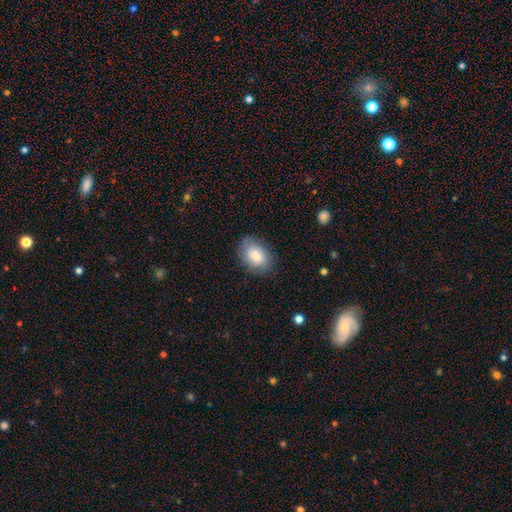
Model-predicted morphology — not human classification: This is likely a smooth galaxy (78%). How rounded: clearly in between (84%). Merging: likely none (78%).